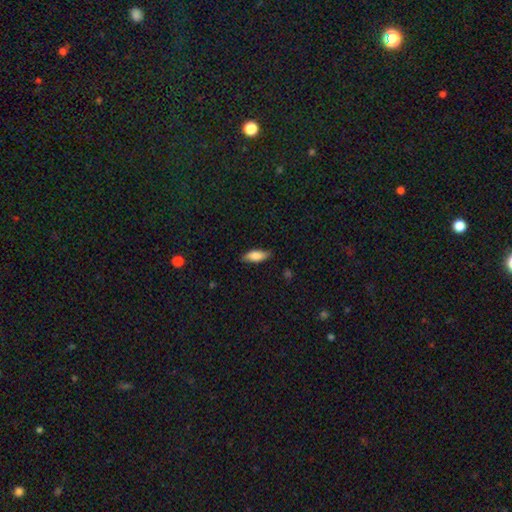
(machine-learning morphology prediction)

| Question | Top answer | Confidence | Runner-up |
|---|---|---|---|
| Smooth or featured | smooth | 80% | featured or disk (14%) |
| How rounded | in between | 75% | cigar-shaped (23%) |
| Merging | none | 80% | minor disturbance (16%) |